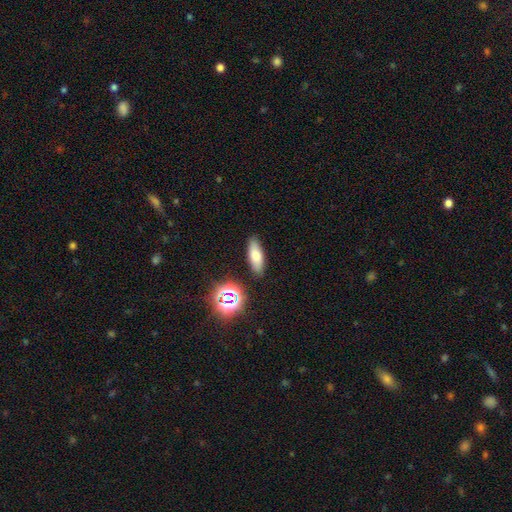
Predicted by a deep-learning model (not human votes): Smooth or featured?
  - smooth: 71% *
  - featured or disk: 16%
  - star or artifact: 13%
How rounded?
  - in between: 67% *
  - cigar-shaped: 29%
  - round: 5%
Merging?
  - none: 86% *
  - minor disturbance: 9%
  - merger: 3%
  - major disturbance: 2%